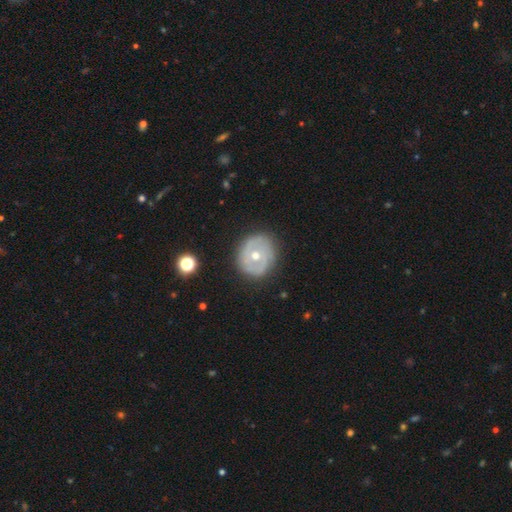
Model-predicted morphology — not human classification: featured or disk 66%, smooth 27%, star or artifact 7%. Down the decision tree: edge-on disk — no (96%); bar — no (75%); spiral arms — yes (55%); bulge size — moderate (68%); merging — none (79%).